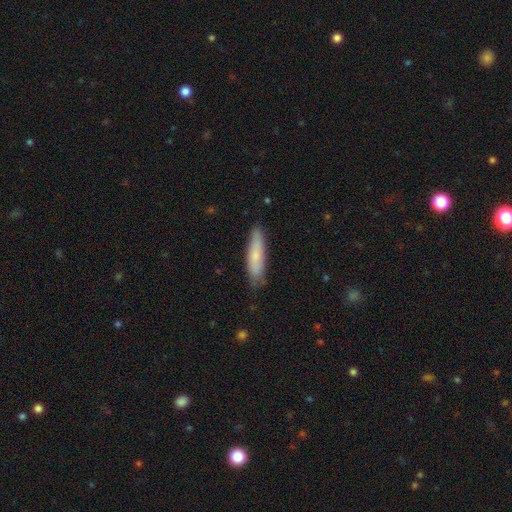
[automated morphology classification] type=smooth (72%); roundness=cigar-shaped (76%); merging=none (80%).